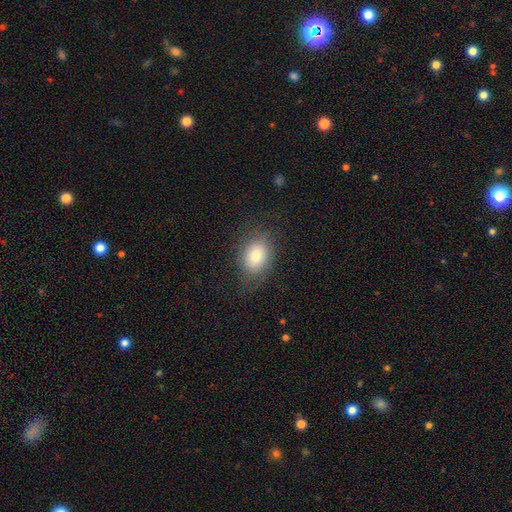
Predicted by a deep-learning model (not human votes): smooth-or-featured: smooth: 75% | featured or disk: 15% | star or artifact: 10%
  how-rounded: in between: 67% | round: 32% | cigar-shaped: 1%
  merging: none: 72% | minor disturbance: 18% | major disturbance: 8% | merger: 1%